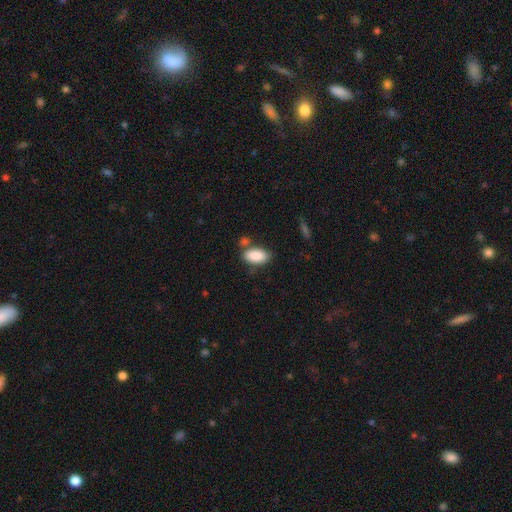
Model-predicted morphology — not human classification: Smooth or featured? smooth (89%)
How rounded? in between (93%)
Merging? none (66%)